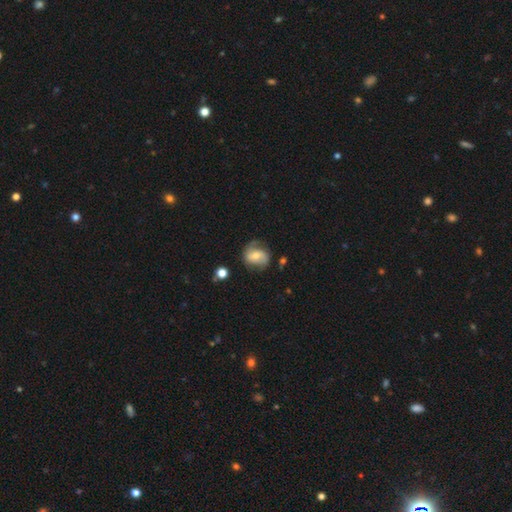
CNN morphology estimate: type=featured or disk (56%); edge-on=no (96%); bar=no (45%); spiral arms=yes (80%); bulge=moderate (50%); merging=none (59%).